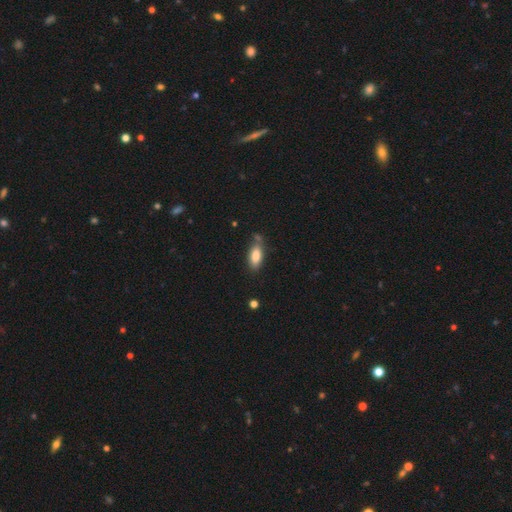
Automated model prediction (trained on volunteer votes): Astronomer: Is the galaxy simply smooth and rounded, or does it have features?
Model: smooth — 83%.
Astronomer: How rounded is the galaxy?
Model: in between — 83%.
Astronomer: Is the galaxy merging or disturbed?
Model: none — 70%.